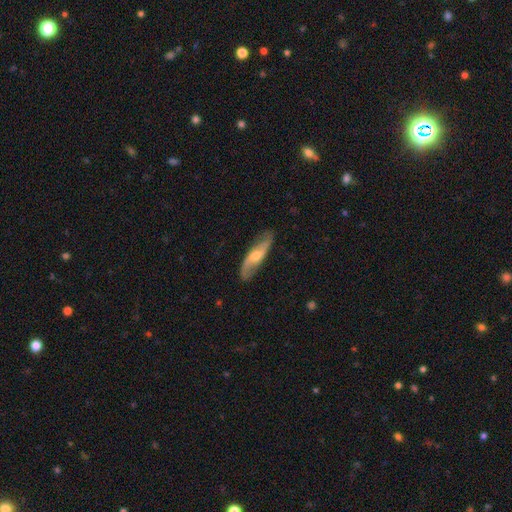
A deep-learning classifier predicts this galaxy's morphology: smooth-or-featured: featured or disk: 66% | smooth: 28% | star or artifact: 5%
  disk-edge-on: no: 69% | yes: 31%
  merging: none: 82% | minor disturbance: 14% | major disturbance: 3% | merger: 1%